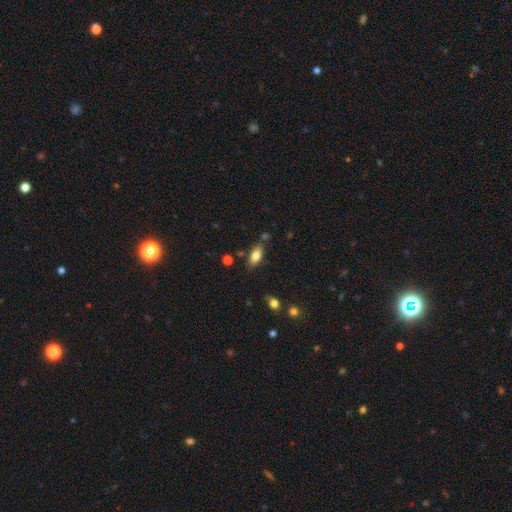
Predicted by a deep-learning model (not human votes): Morphology: type=smooth (78%); roundness=in between (86%); merging=none (75%).